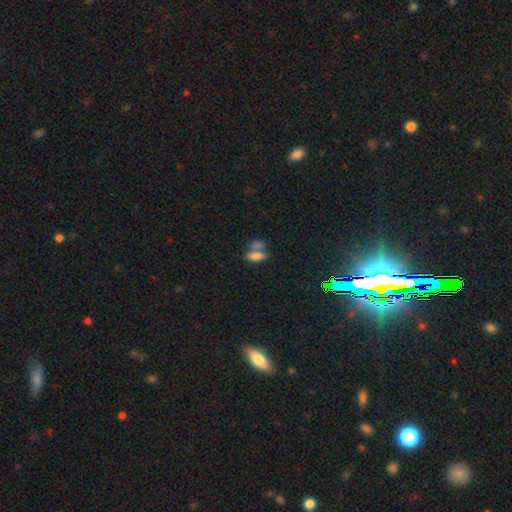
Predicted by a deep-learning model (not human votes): Q: Smooth or featured?
A: smooth (78%); runner-up: featured or disk (11%)
Q: How rounded?
A: in between (84%); runner-up: cigar-shaped (11%)
Q: Merging?
A: merger (54%); runner-up: none (33%)